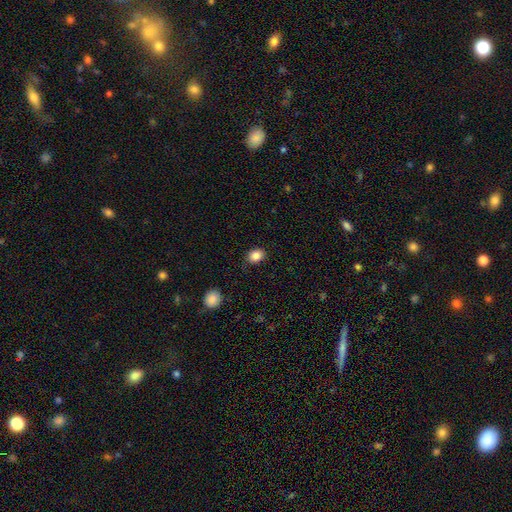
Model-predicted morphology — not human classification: Smooth or featured? smooth (85%)
How rounded? in between (51%)
Merging? none (84%)